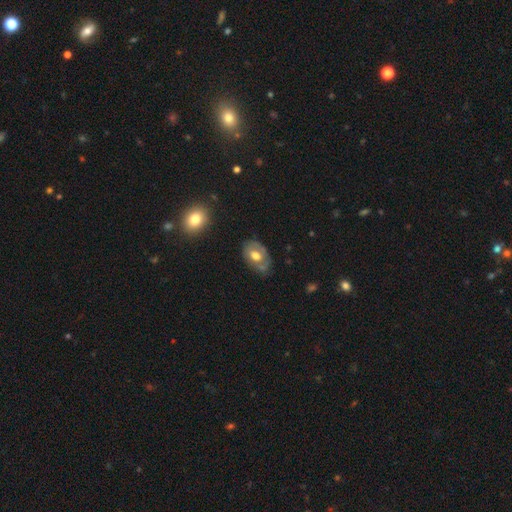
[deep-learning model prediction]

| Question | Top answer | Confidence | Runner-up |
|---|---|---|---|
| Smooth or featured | featured or disk | 50% | smooth (42%) |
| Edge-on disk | no | 93% | yes (7%) |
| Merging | none | 60% | minor disturbance (28%) |